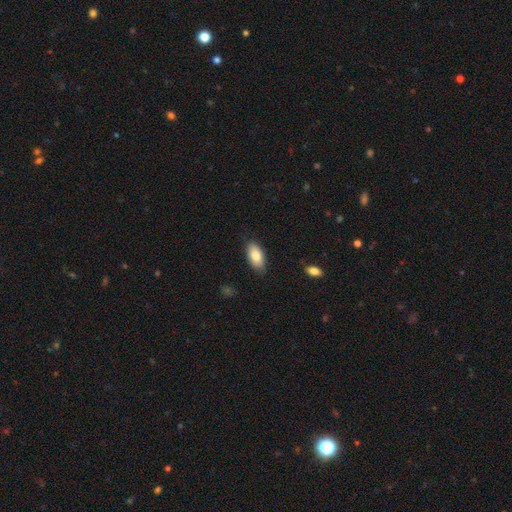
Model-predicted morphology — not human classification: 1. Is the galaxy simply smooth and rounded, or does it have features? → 82% smooth, 12% featured or disk, 6% star or artifact.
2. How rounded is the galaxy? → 92% in between, 5% cigar-shaped, 3% round.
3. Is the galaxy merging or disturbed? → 85% none, 12% minor disturbance, 2% major disturbance, 1% merger.